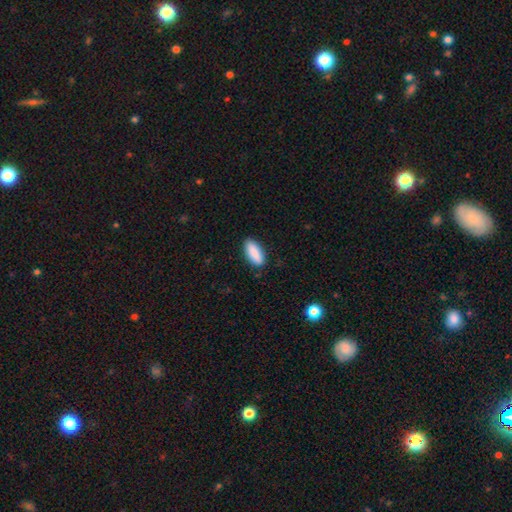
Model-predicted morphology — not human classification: Smooth or featured?
  - smooth: 89% *
  - star or artifact: 6%
  - featured or disk: 5%
How rounded?
  - in between: 77% *
  - cigar-shaped: 21%
  - round: 2%
Merging?
  - none: 87% *
  - minor disturbance: 10%
  - major disturbance: 2%
  - merger: 1%